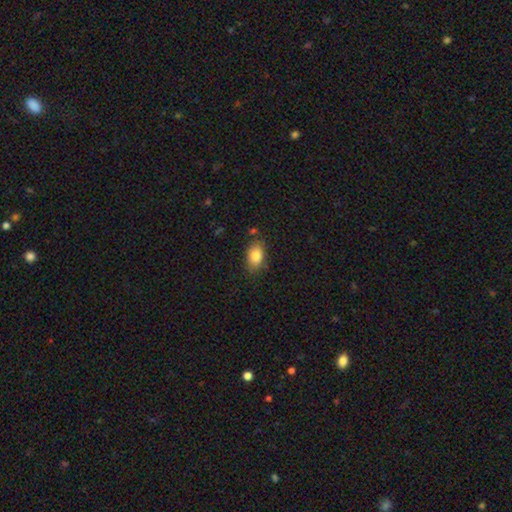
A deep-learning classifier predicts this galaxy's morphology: type=smooth (83%); roundness=in between (87%); merging=none (79%).